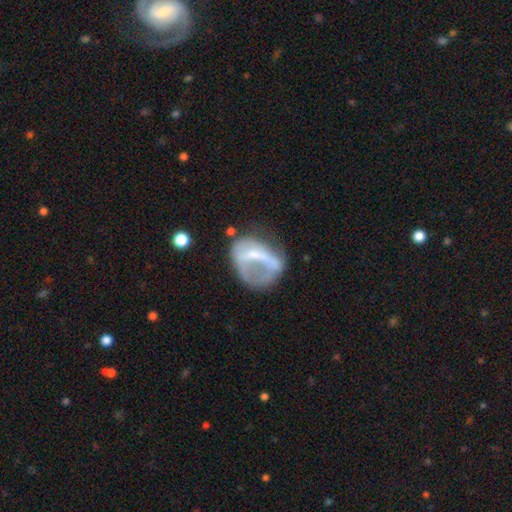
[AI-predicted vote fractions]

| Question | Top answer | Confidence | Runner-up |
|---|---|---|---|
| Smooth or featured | featured or disk | 49% | smooth (40%) |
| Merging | major disturbance | 44% | none (28%) |